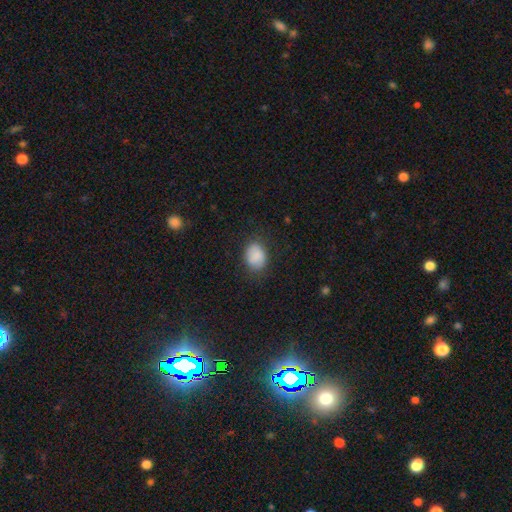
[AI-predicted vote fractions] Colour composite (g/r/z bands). It shows a smooth galaxy with no disk features (86%) that is in between round and cigar-shaped (63%). Merging: none (78%).